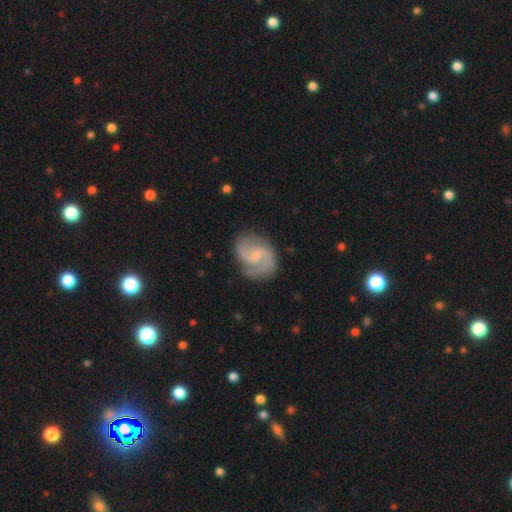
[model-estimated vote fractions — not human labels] smooth_or_featured: featured or disk (p=0.86) [alt: smooth p=0.09]
disk_edge_on: no (p=0.98) [alt: yes p=0.02]
bar: weak (p=0.47) [alt: no p=0.45]
has_spiral_arms: yes (p=0.97) [alt: no p=0.03]
spiral_winding: medium (p=0.55) [alt: tight p=0.26]
spiral_arm_count: 2 (p=0.90) [alt: can't tell p=0.04]
bulge_size: small (p=0.66) [alt: moderate p=0.22]
merging: none (p=0.80) [alt: minor disturbance p=0.14]